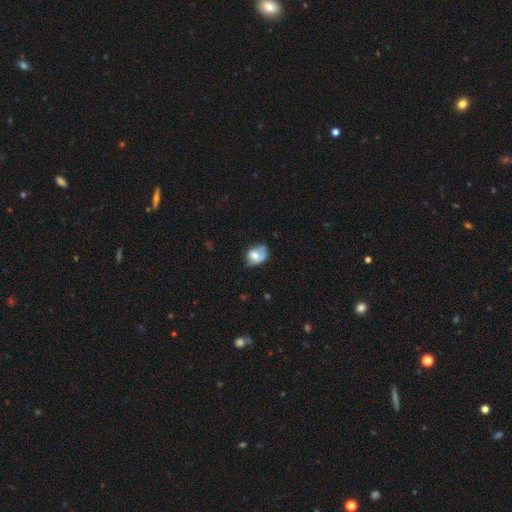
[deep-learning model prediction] Q: Smooth or featured?
A: smooth (60%); runner-up: featured or disk (31%)
Q: How rounded?
A: in between (62%); runner-up: round (37%)
Q: Merging?
A: none (32%); runner-up: minor disturbance (30%)